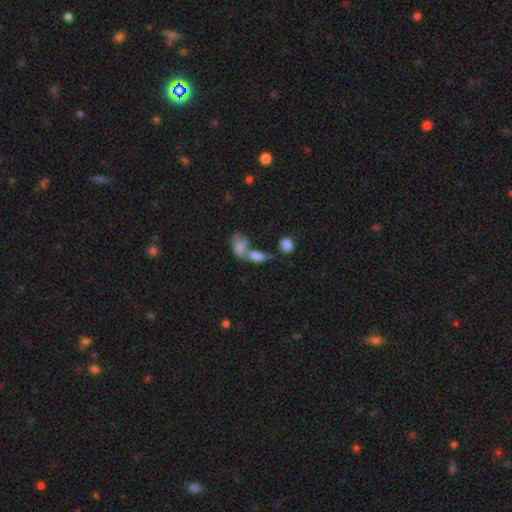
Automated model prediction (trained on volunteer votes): Smooth or featured? Predicted: smooth (p=0.69). How rounded? Predicted: in between (p=0.84). Merging? Predicted: merger (p=0.59).